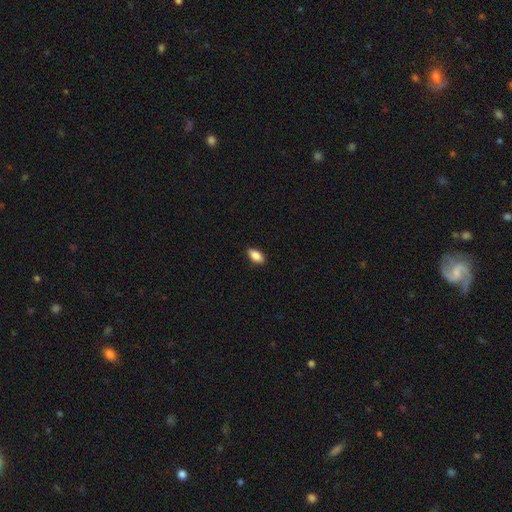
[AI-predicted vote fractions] smooth 86%, featured or disk 7%, star or artifact 7%. Down the decision tree: how rounded — in between (91%); merging — none (89%).